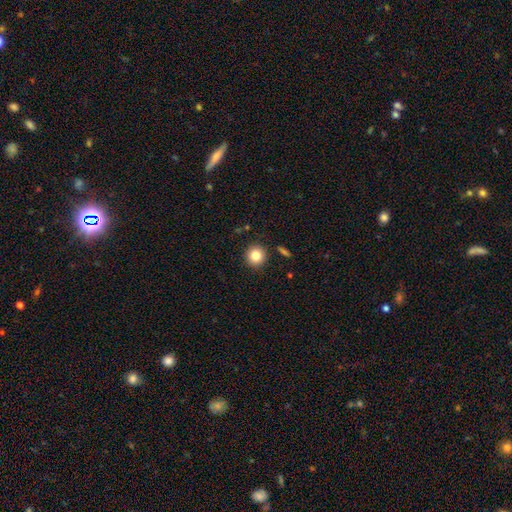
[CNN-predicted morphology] Overall: smooth (83%). How rounded: round (92%). Merging: none (89%).